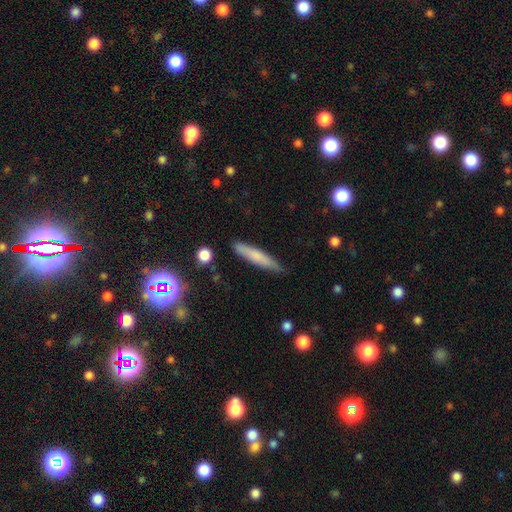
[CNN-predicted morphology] Smooth or featured: smooth — 68% (featured or disk — 23%)
How rounded: cigar-shaped — 89% (in between — 10%)
Merging: none — 84% (minor disturbance — 12%)